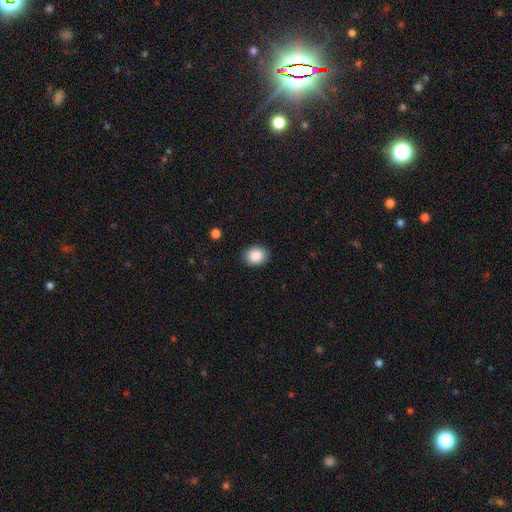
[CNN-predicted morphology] A smooth galaxy with no disk features (89%) that is round (52%).

Vote fractions:
- Smooth or featured? smooth: 89% / star or artifact: 8% / featured or disk: 3%
- How rounded? round: 52% / in between: 47% / cigar-shaped: 1%
- Merging? none: 89% / minor disturbance: 8% / major disturbance: 2% / merger: 1%